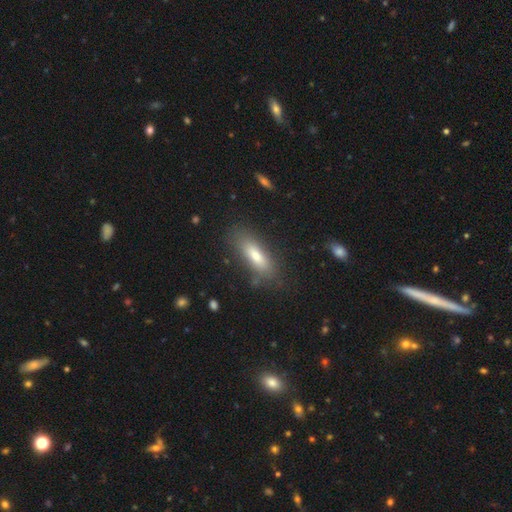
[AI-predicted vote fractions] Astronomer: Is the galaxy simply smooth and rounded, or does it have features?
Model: smooth — 71%.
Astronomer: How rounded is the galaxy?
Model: in between — 57% (runner-up: cigar-shaped, 41%).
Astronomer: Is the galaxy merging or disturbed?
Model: none — 79%.